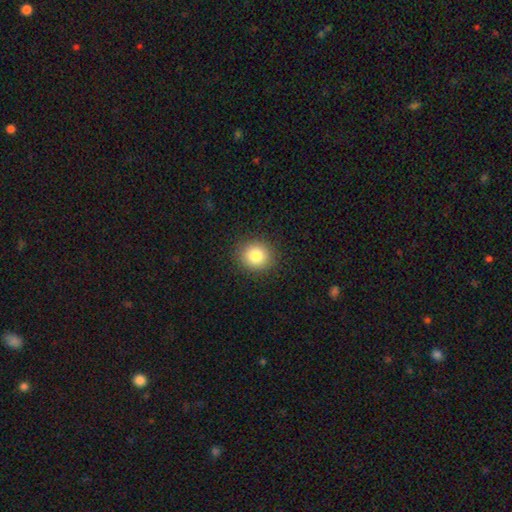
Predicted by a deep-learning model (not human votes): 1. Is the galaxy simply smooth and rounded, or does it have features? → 83% smooth, 10% star or artifact, 7% featured or disk.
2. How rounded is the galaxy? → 84% round, 15% in between, 1% cigar-shaped.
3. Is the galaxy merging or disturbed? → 90% none, 7% minor disturbance, 2% major disturbance, 1% merger.